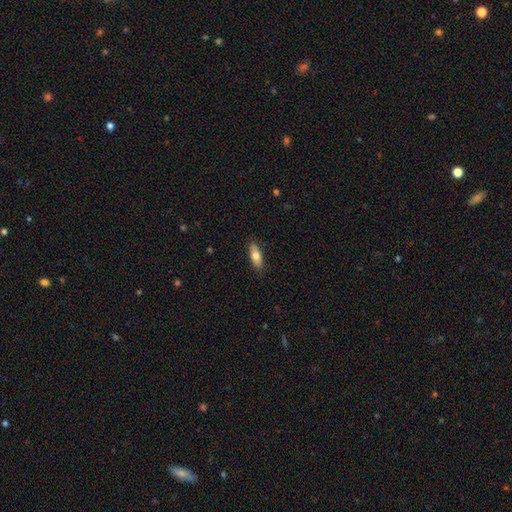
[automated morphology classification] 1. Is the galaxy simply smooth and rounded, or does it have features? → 73% smooth, 21% featured or disk, 6% star or artifact.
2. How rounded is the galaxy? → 76% in between, 21% cigar-shaped, 2% round.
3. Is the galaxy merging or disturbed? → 86% none, 11% minor disturbance, 2% major disturbance, 1% merger.